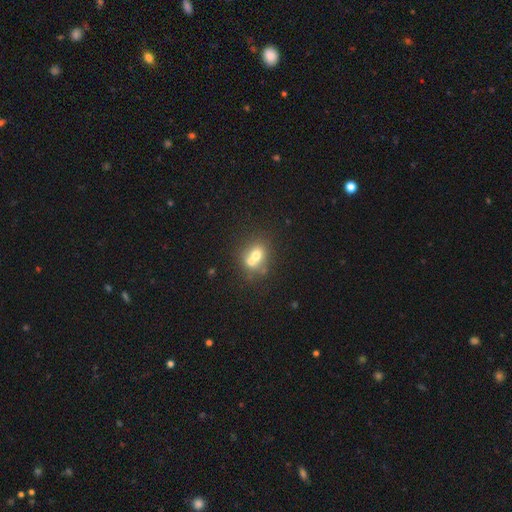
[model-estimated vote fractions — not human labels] The model was most divided on "merging": merger: 54%, none: 34%, minor disturbance: 8%, major disturbance: 4%. More confident: smooth or featured — smooth (65%); how rounded — round (62%).